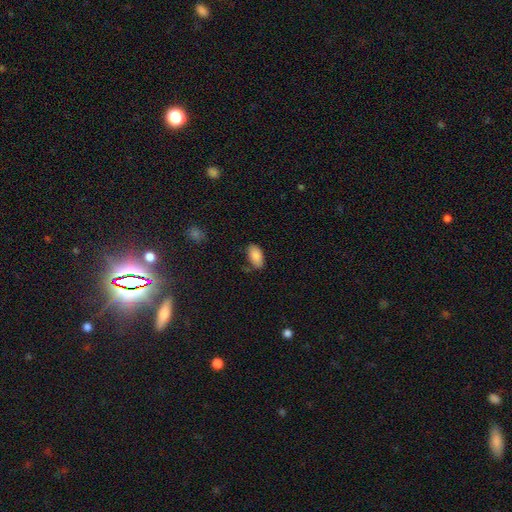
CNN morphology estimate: This is clearly a smooth galaxy (87%). How rounded: clearly in between (94%). Merging: likely none (73%).